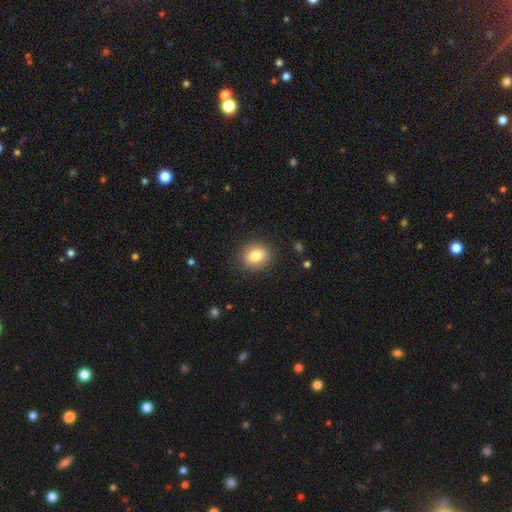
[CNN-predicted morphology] Smooth or featured: smooth — 81% (featured or disk — 10%)
How rounded: round — 56% (in between — 43%)
Merging: none — 86% (minor disturbance — 10%)